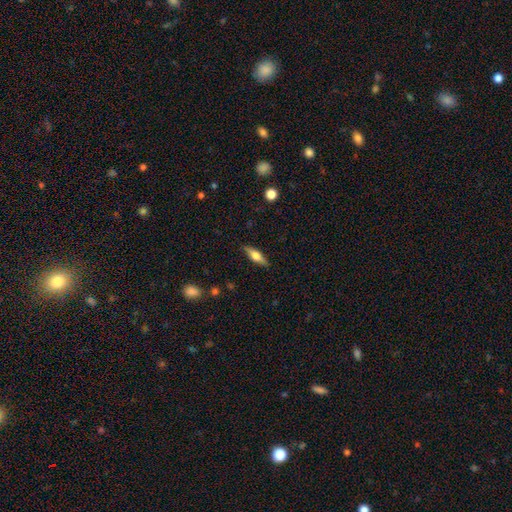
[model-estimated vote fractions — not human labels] A smooth galaxy with no disk features (47%). Merging: none (87%).